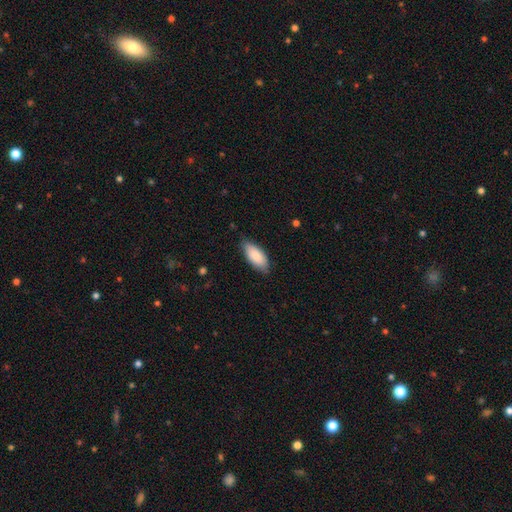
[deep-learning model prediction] Overall: smooth (85%). How rounded: in between (87%). Merging: none (77%).